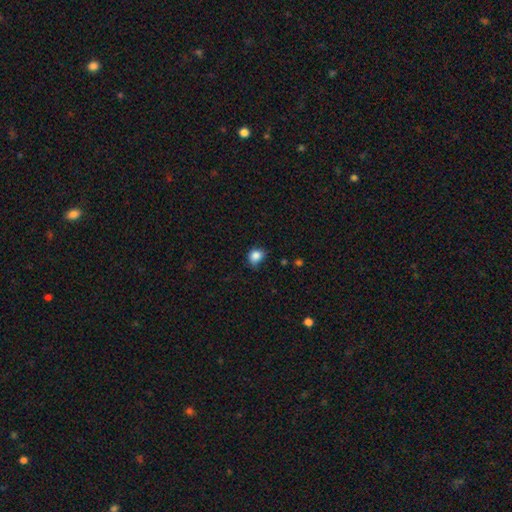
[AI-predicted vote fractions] smooth-or-featured: smooth: 85% | star or artifact: 10% | featured or disk: 5%
  how-rounded: round: 65% | in between: 34% | cigar-shaped: 1%
  merging: none: 57% | minor disturbance: 34% | major disturbance: 7% | merger: 2%